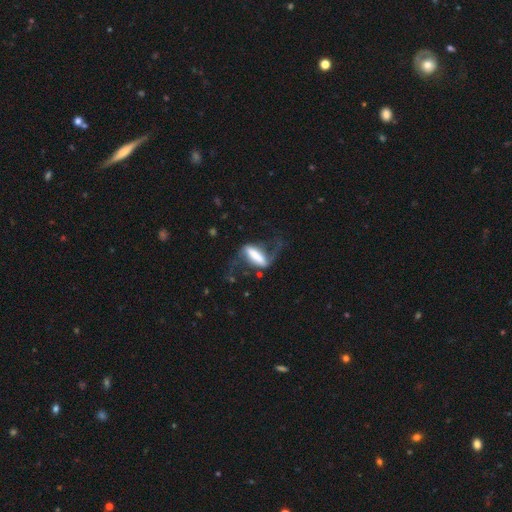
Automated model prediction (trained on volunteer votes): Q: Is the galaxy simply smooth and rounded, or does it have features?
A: featured or disk — 59%.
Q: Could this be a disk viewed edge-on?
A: no — 78%.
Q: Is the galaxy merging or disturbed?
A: none — 41%.